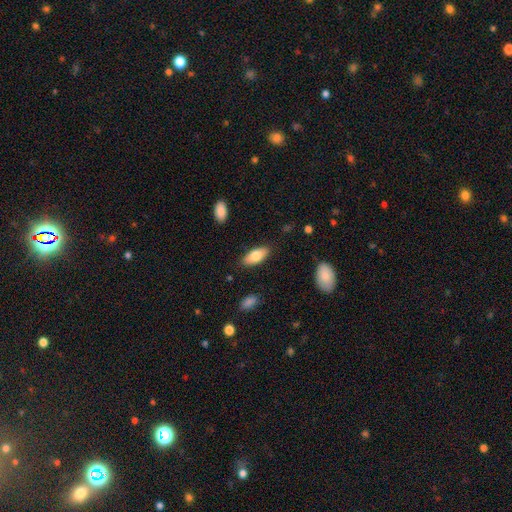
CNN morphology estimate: type=smooth (79%); roundness=in between (87%); merging=none (85%).